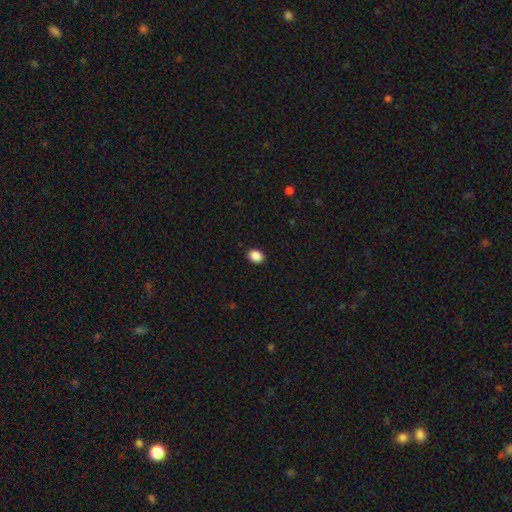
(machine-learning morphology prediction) smooth 89%, star or artifact 8%, featured or disk 3%. Down the decision tree: how rounded — in between (56%); merging — none (91%).